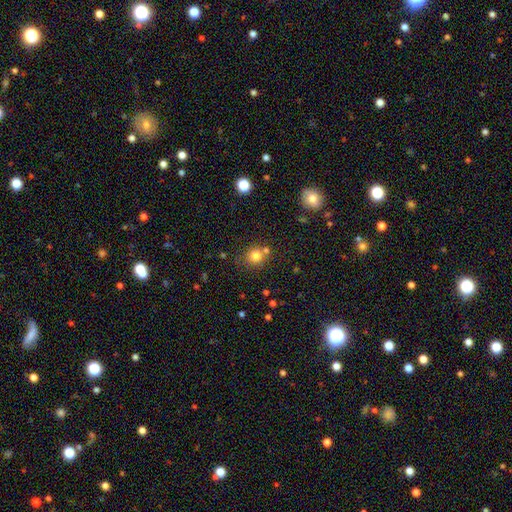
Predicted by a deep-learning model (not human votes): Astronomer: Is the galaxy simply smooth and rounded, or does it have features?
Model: smooth — 78%.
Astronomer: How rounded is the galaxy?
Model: round — 85%.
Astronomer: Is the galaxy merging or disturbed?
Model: none — 66%.